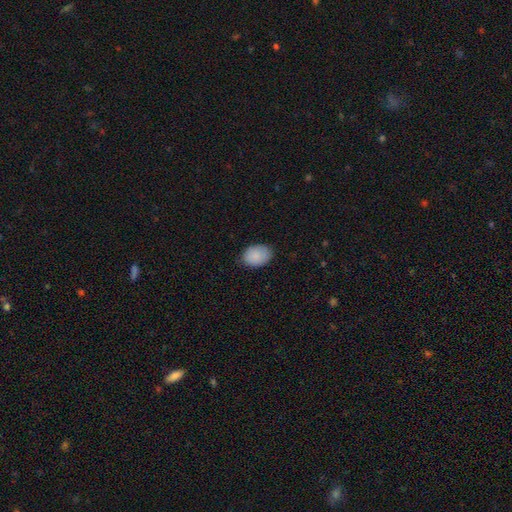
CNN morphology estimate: The model was most divided on "how rounded": in between: 77%, round: 22%, cigar-shaped: 1%. More confident: smooth or featured — smooth (88%); merging — none (81%).